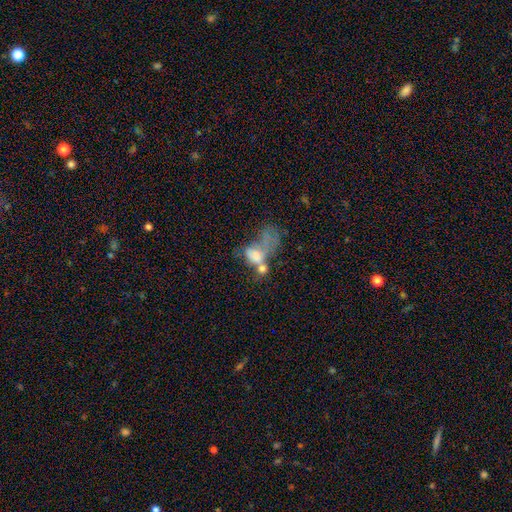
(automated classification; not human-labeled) This appears to be a smooth galaxy with no disk features (48%). Merging: merger (48%).